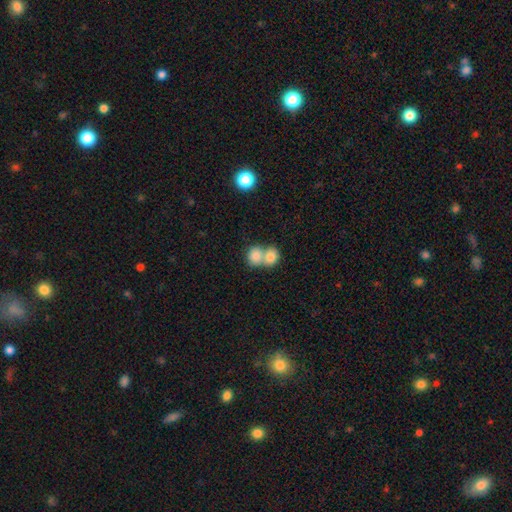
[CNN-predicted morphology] smooth_or_featured: smooth (p=0.81) [alt: featured or disk p=0.11]
how_rounded: round (p=0.68) [alt: in between p=0.30]
merging: merger (p=0.70) [alt: none p=0.23]